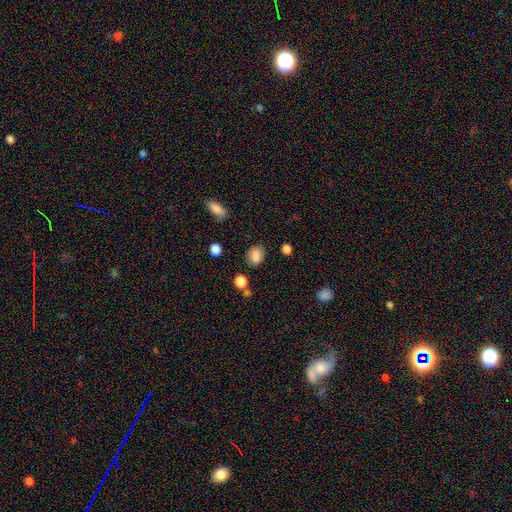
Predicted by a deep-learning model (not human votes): smooth 81%, star or artifact 10%, featured or disk 8%. Down the decision tree: how rounded — in between (54%); merging — none (77%).